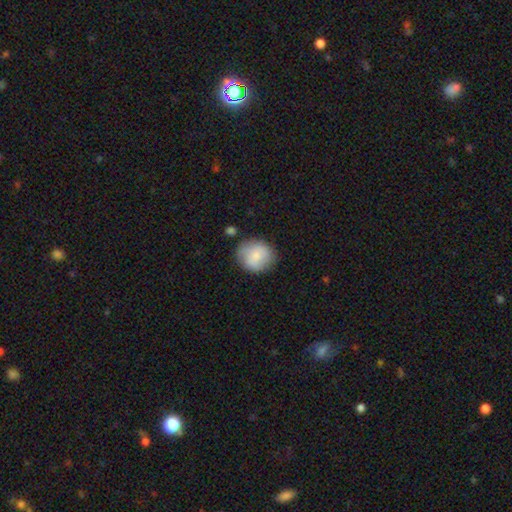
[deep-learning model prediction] A smooth galaxy with no disk features (78%) that is round (81%).

Vote fractions:
- Smooth or featured? smooth: 78% / featured or disk: 15% / star or artifact: 7%
- How rounded? round: 81% / in between: 18% / cigar-shaped: 1%
- Merging? none: 74% / minor disturbance: 18% / major disturbance: 4% / merger: 4%